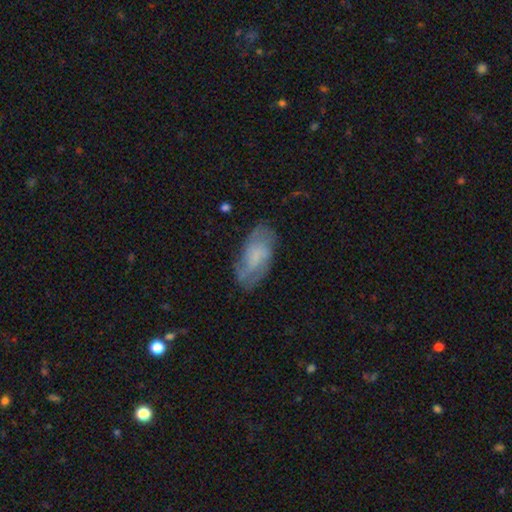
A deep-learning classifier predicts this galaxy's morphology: smooth_or_featured: featured or disk (p=0.50) [alt: smooth p=0.42]
disk_edge_on: no (p=0.93) [alt: yes p=0.07]
merging: none (p=0.70) [alt: minor disturbance p=0.21]